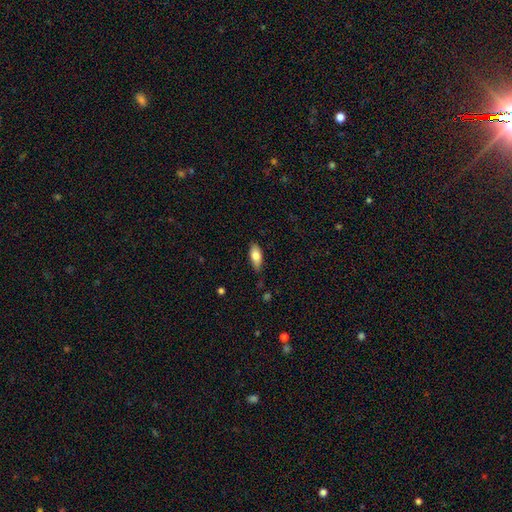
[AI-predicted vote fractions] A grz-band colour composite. It shows a smooth galaxy with no disk features (77%) that is in between round and cigar-shaped (83%). Merging: none (77%).